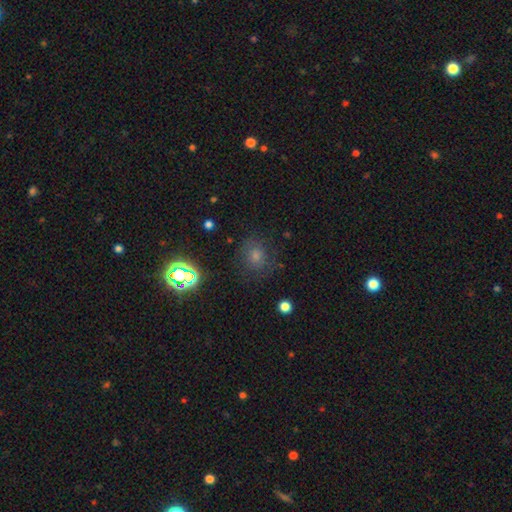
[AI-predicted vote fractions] A smooth galaxy with no disk features (58%) that is round (76%).

Vote fractions:
- Smooth or featured? smooth: 58% / star or artifact: 29% / featured or disk: 13%
- How rounded? round: 76% / in between: 22% / cigar-shaped: 1%
- Merging? none: 76% / minor disturbance: 15% / major disturbance: 7% / merger: 2%